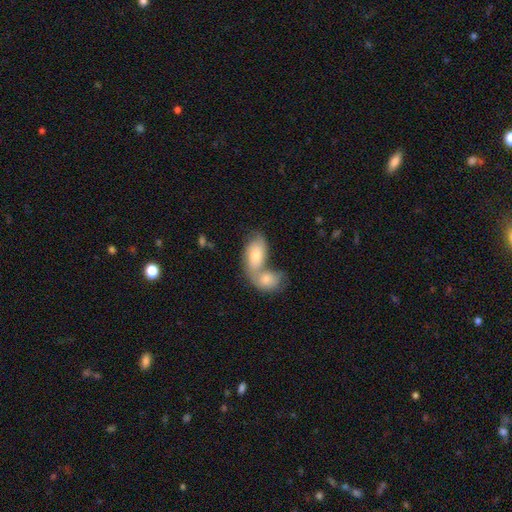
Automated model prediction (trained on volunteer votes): Q: Smooth or featured?
A: smooth (60%); runner-up: featured or disk (32%)
Q: How rounded?
A: in between (89%); runner-up: round (8%)
Q: Merging?
A: merger (70%); runner-up: none (18%)